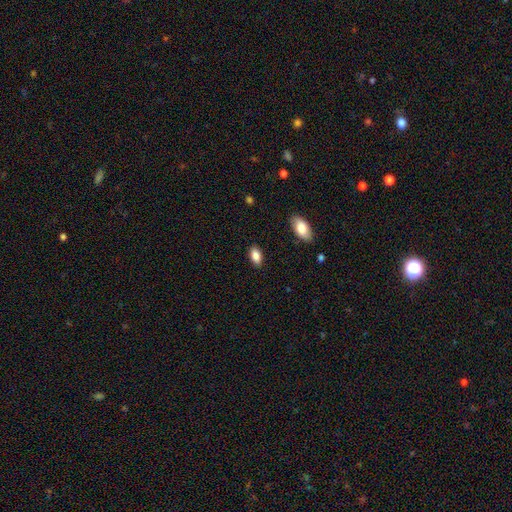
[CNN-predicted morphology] type=smooth (86%); roundness=in between (91%); merging=none (87%).